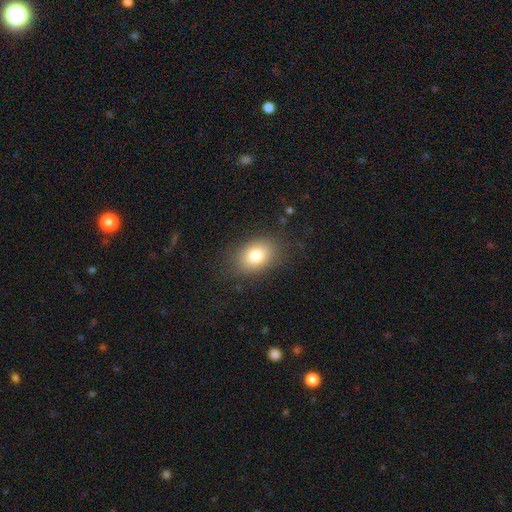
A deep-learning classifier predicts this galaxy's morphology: smooth_or_featured: smooth (p=0.79) [alt: featured or disk p=0.11]
how_rounded: in between (p=0.77) [alt: round p=0.22]
merging: none (p=0.83) [alt: minor disturbance p=0.12]